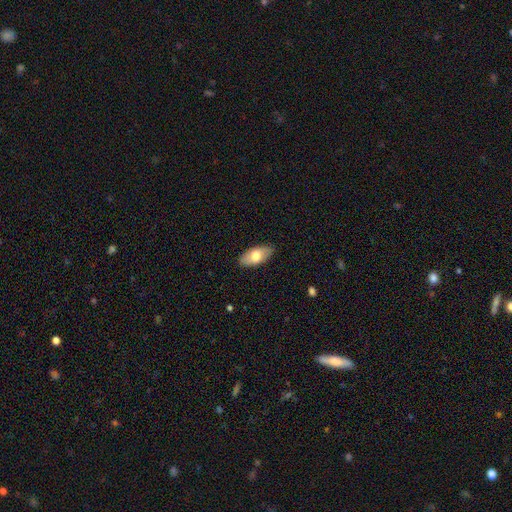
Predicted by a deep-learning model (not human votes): smooth_or_featured: smooth (p=0.69) [alt: featured or disk p=0.25]
how_rounded: in between (p=0.93) [alt: cigar-shaped p=0.05]
merging: none (p=0.87) [alt: minor disturbance p=0.10]